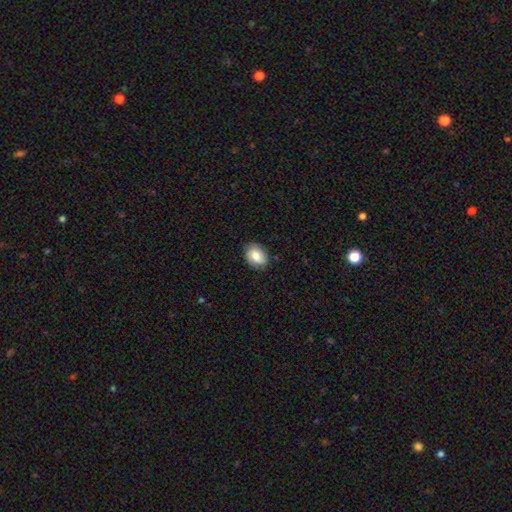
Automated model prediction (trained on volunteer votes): Smooth or featured?
  - smooth: 76% *
  - featured or disk: 17%
  - star or artifact: 8%
How rounded?
  - in between: 70% *
  - round: 28%
  - cigar-shaped: 1%
Merging?
  - none: 81% *
  - minor disturbance: 15%
  - major disturbance: 3%
  - merger: 1%